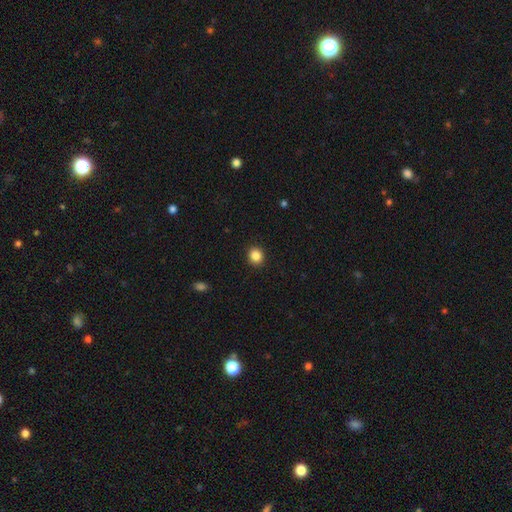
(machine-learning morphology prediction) smooth_or_featured: smooth (p=0.86) [alt: star or artifact p=0.11]
how_rounded: round (p=0.86) [alt: in between p=0.14]
merging: none (p=0.92) [alt: minor disturbance p=0.05]